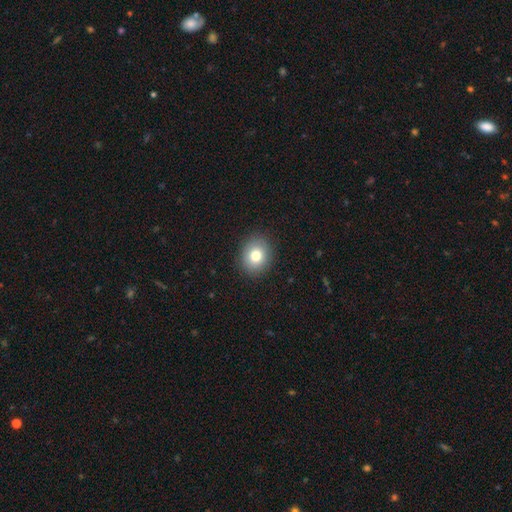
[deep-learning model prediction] Smooth or featured? smooth (79%)
How rounded? round (64%)
Merging? none (90%)